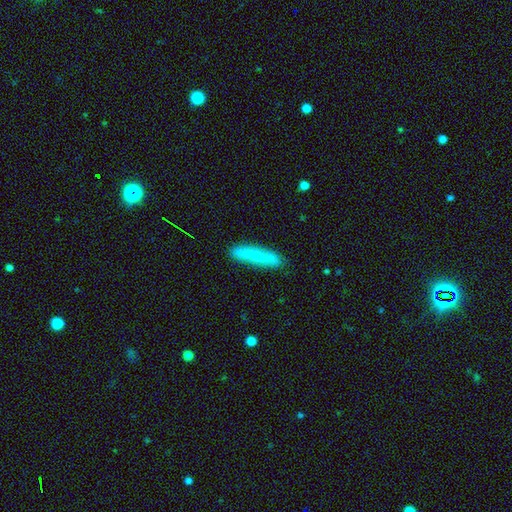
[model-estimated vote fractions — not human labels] A smooth galaxy with no disk features (68%) that is cigar-shaped (82%). Merging: none (84%).